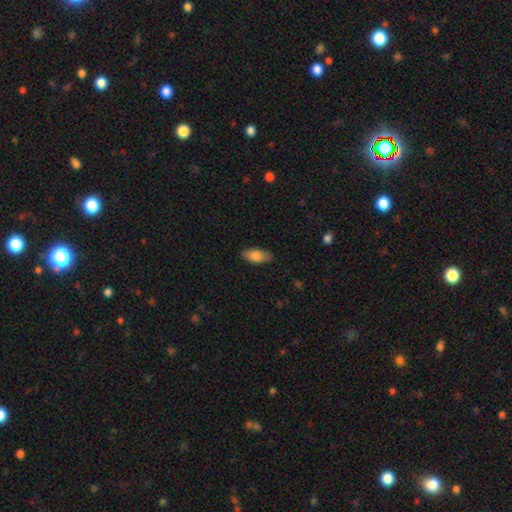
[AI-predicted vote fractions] smooth 81%, featured or disk 13%, star or artifact 6%. Down the decision tree: how rounded — in between (89%); merging — none (83%).